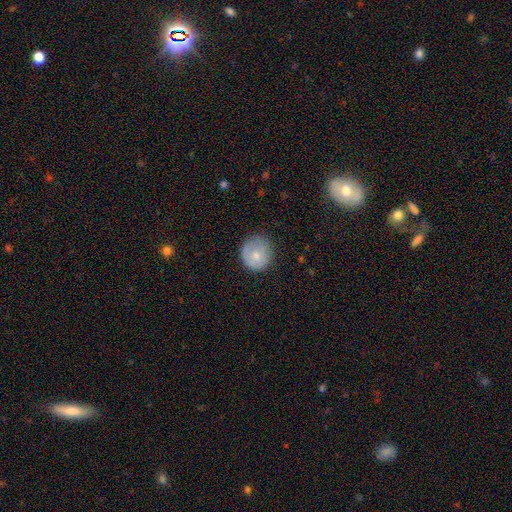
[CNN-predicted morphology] Smooth or featured? Predicted: smooth (p=0.75). How rounded? Predicted: round (p=0.87). Merging? Predicted: none (p=0.74).